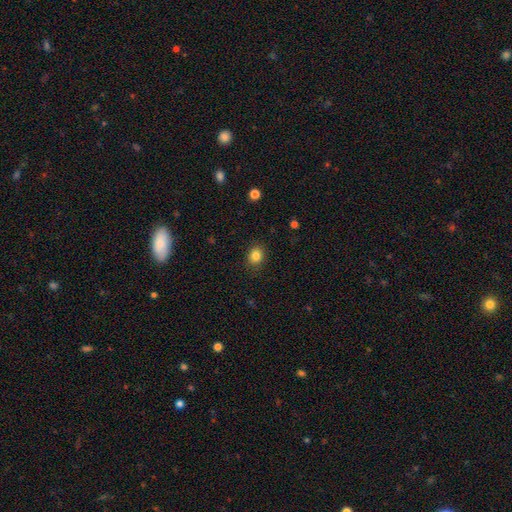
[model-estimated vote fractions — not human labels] Smooth or featured?
  - smooth: 84% *
  - star or artifact: 11%
  - featured or disk: 5%
How rounded?
  - round: 61% *
  - in between: 38%
  - cigar-shaped: 1%
Merging?
  - none: 87% *
  - minor disturbance: 9%
  - major disturbance: 3%
  - merger: 1%